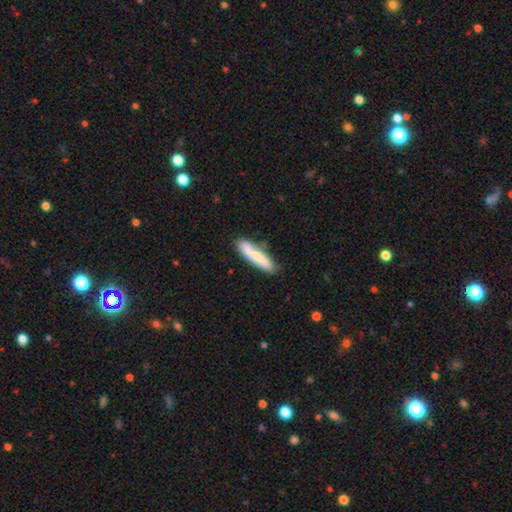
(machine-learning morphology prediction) Overall: smooth (70%). How rounded: cigar-shaped (79%). Merging: none (72%).